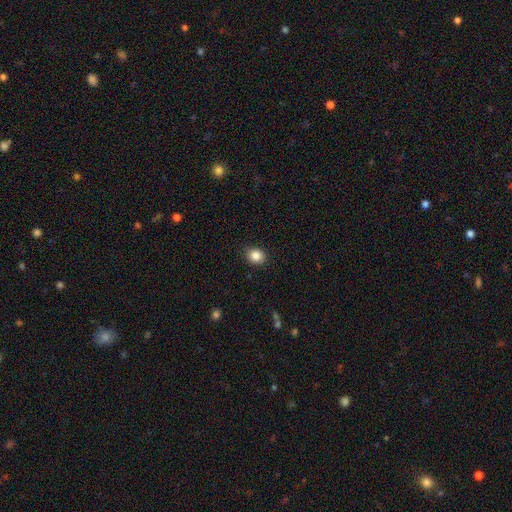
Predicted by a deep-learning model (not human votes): smooth 86%, star or artifact 10%, featured or disk 5%. Down the decision tree: how rounded — round (61%); merging — none (89%).